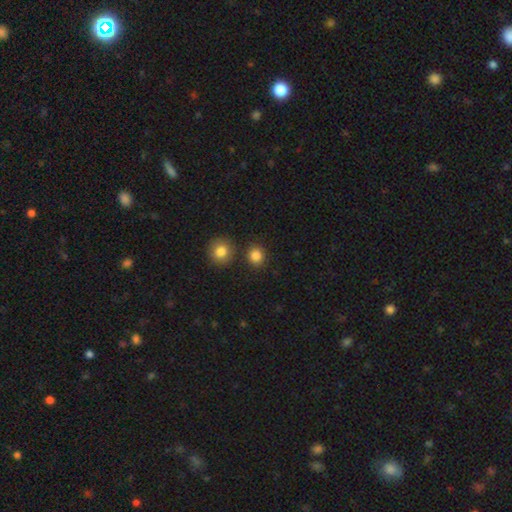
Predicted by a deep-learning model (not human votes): A smooth galaxy with no disk features (84%) that is round (84%).

Vote fractions:
- Smooth or featured? smooth: 84% / star or artifact: 11% / featured or disk: 5%
- How rounded? round: 84% / in between: 15% / cigar-shaped: 1%
- Merging? none: 83% / merger: 7% / minor disturbance: 7% / major disturbance: 2%